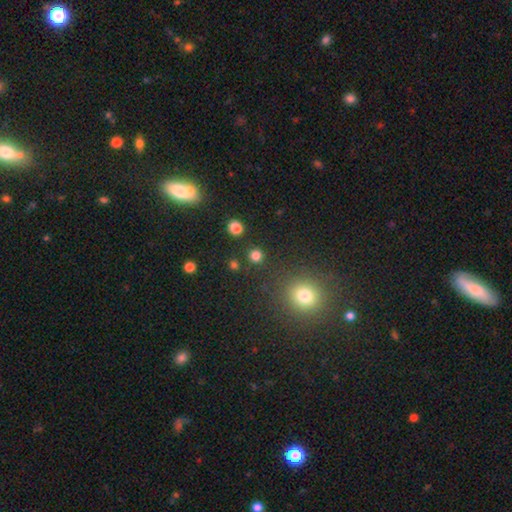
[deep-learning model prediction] A smooth galaxy with no disk features (80%) that is round (91%).

Vote fractions:
- Smooth or featured? smooth: 80% / star or artifact: 16% / featured or disk: 4%
- How rounded? round: 91% / in between: 8% / cigar-shaped: 1%
- Merging? none: 88% / minor disturbance: 6% / merger: 4% / major disturbance: 3%